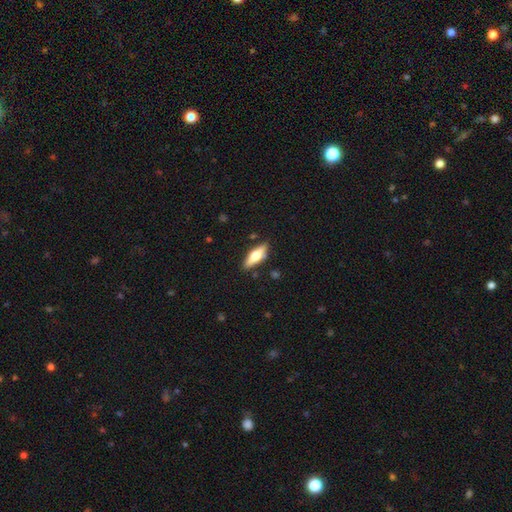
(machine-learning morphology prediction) A smooth galaxy with no disk features (47%, tied with featured or disk). Merging: none (85%).